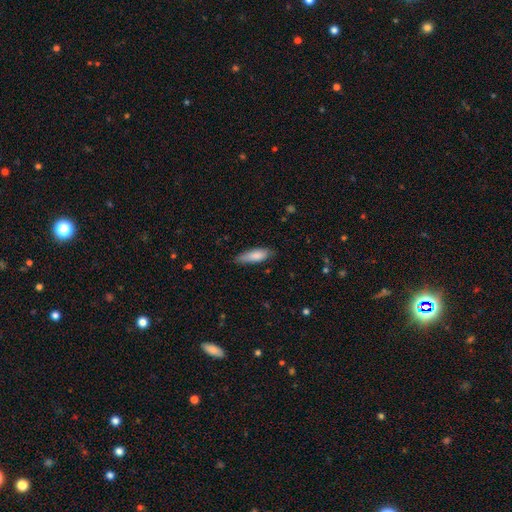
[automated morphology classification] Smooth or featured? Predicted: smooth (p=0.83). How rounded? Predicted: in between (p=0.53). Merging? Predicted: none (p=0.73).